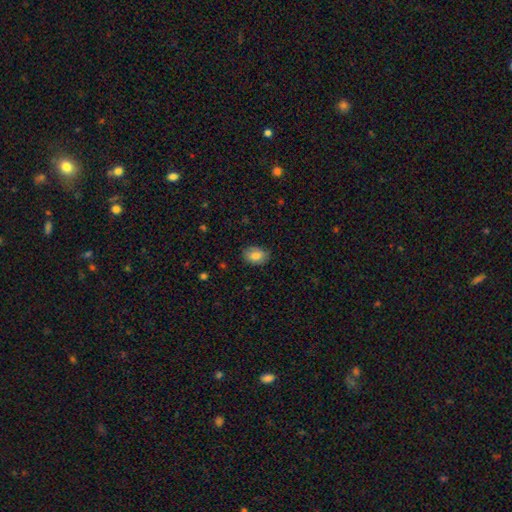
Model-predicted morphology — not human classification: This is clearly a smooth galaxy (83%). How rounded: likely in between (77%). Merging: clearly none (86%).